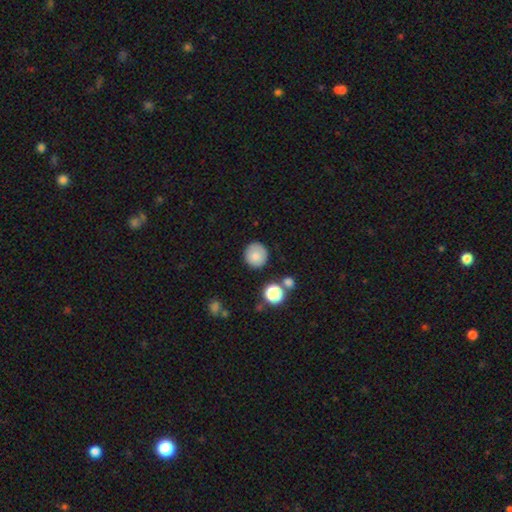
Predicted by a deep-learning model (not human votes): This is clearly a smooth galaxy (83%). How rounded: clearly round (91%). Merging: clearly none (84%).